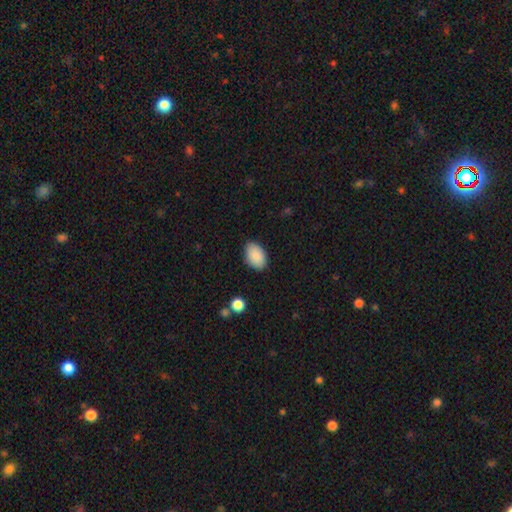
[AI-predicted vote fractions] This is clearly a smooth galaxy (90%). How rounded: clearly in between (91%). Merging: clearly none (85%).